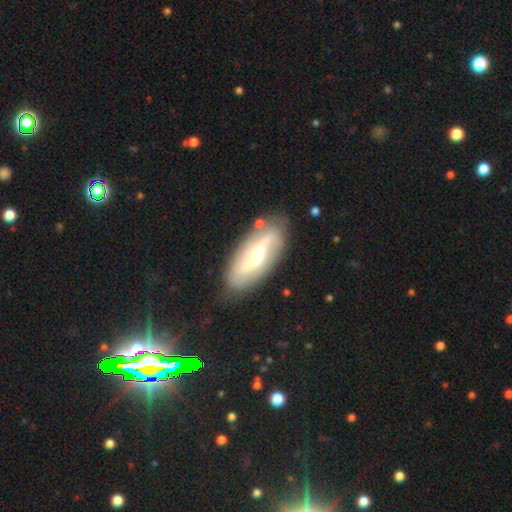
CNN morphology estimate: This is likely a featured or disk galaxy (63%). It is clearly not viewed edge-on (85%). Bar: marginally weak (39%). Spiral arm pattern: clearly yes (80%). Central bulge: possibly moderate (52%). Merging: likely none (77%).